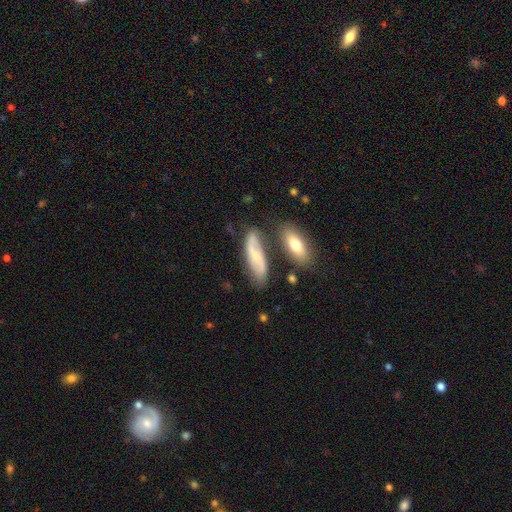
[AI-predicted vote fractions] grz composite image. It shows a featured or disk galaxy (55%). Merging: none (62%).